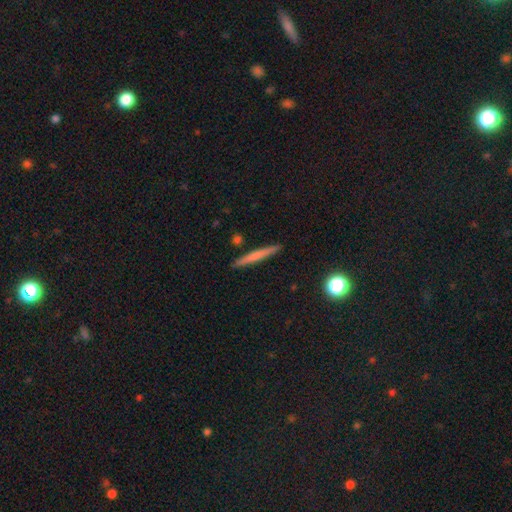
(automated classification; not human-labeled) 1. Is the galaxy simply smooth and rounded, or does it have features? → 57% smooth, 37% featured or disk, 7% star or artifact.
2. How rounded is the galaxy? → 95% cigar-shaped, 3% in between, 2% round.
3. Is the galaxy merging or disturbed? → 90% none, 7% minor disturbance, 2% merger, 1% major disturbance.